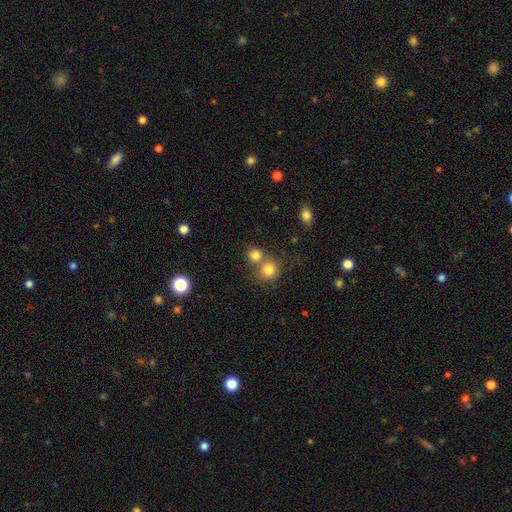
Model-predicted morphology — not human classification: Q: Smooth or featured?
A: smooth (80%); runner-up: star or artifact (12%)
Q: How rounded?
A: round (84%); runner-up: in between (15%)
Q: Merging?
A: none (52%); runner-up: merger (38%)